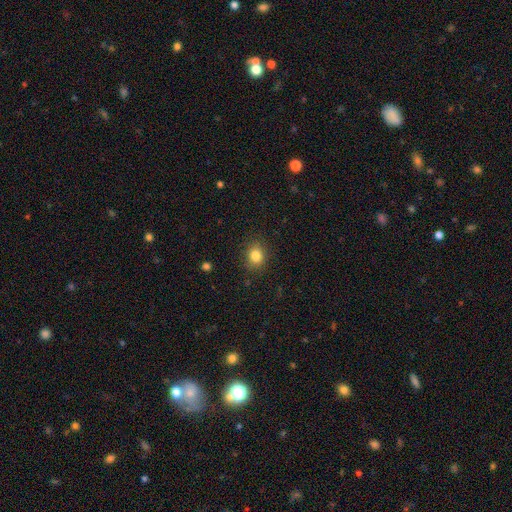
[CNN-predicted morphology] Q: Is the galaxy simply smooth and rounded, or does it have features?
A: smooth — 83%.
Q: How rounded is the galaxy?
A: round — 65%.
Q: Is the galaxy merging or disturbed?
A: none — 86%.